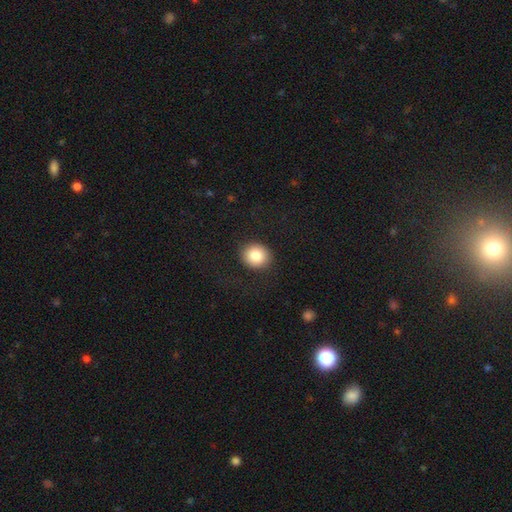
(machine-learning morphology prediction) smooth_or_featured: smooth (p=0.85) [alt: star or artifact p=0.08]
how_rounded: round (p=0.82) [alt: in between p=0.17]
merging: none (p=0.88) [alt: minor disturbance p=0.08]